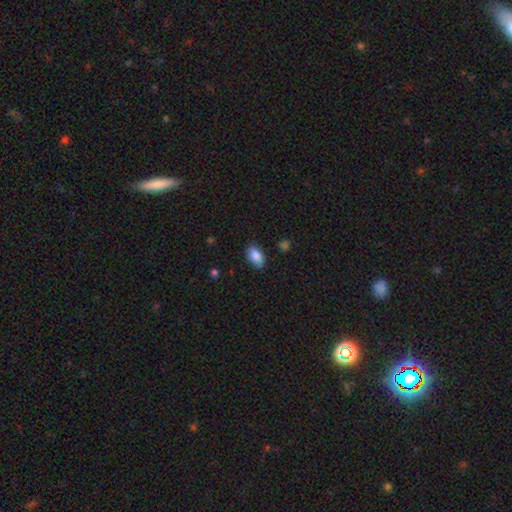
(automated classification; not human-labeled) Overall: smooth (88%). How rounded: in between (92%). Merging: none (81%).